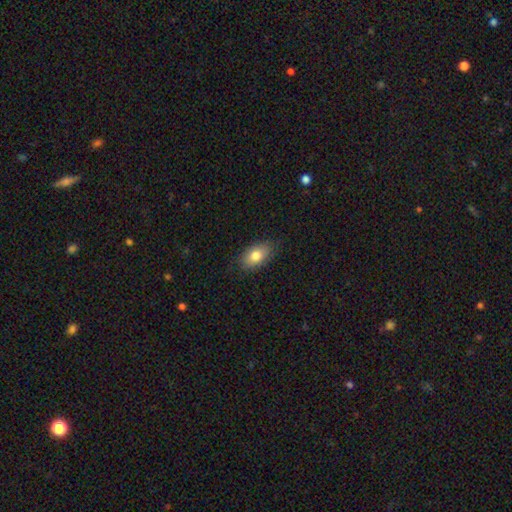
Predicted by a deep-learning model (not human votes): Q: Smooth or featured?
A: smooth (80%); runner-up: featured or disk (12%)
Q: How rounded?
A: in between (89%); runner-up: round (9%)
Q: Merging?
A: none (84%); runner-up: minor disturbance (12%)